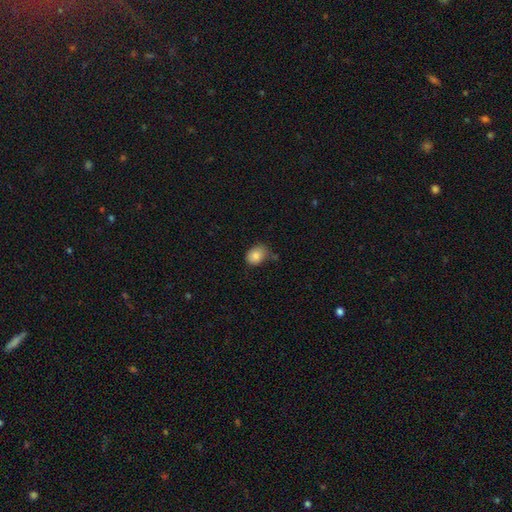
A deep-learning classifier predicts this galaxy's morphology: Smooth or featured? smooth (83%)
How rounded? in between (56%)
Merging? none (61%)